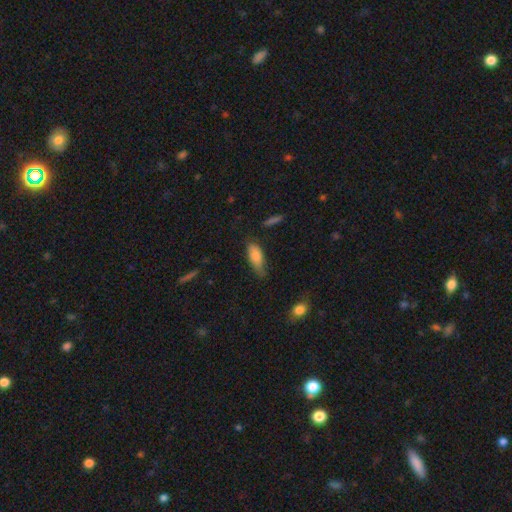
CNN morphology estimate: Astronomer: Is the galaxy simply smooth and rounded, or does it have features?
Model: smooth — 81%.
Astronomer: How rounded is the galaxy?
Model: in between — 72%.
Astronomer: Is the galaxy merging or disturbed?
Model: none — 51% (runner-up: minor disturbance, 37%).